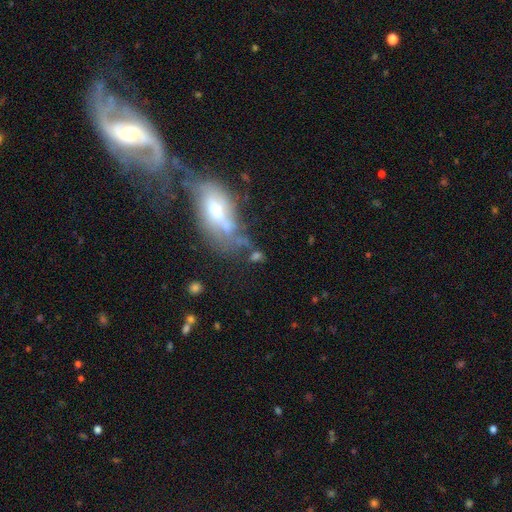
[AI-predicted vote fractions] smooth 47%, featured or disk 34%, star or artifact 19%. Down the decision tree: merging — none (45%).